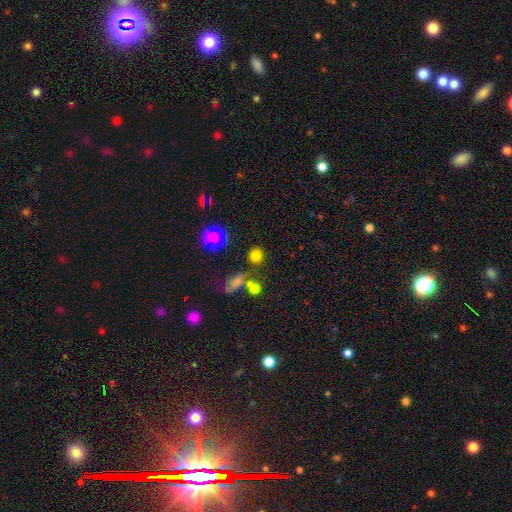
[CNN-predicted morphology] smooth-or-featured: smooth: 81% | star or artifact: 13% | featured or disk: 5%
  how-rounded: round: 87% | in between: 11% | cigar-shaped: 1%
  merging: none: 79% | minor disturbance: 9% | merger: 8% | major disturbance: 4%